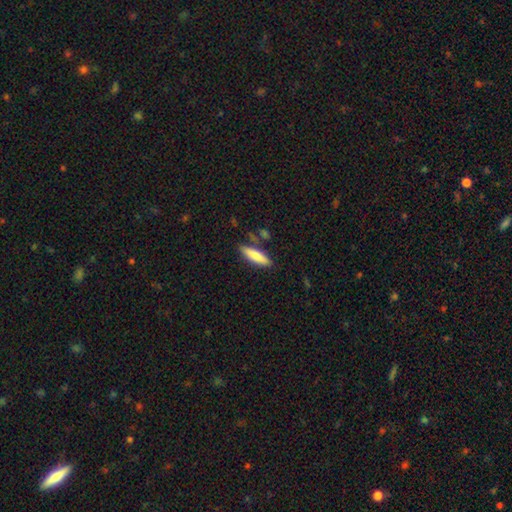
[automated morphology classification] The model was most divided on "how rounded": cigar-shaped: 64%, in between: 35%, round: 2%. More confident: smooth or featured — smooth (81%); merging — none (77%).